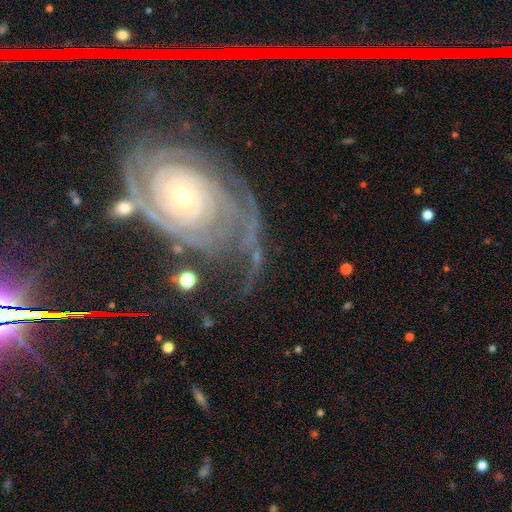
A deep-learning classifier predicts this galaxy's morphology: This appears to be a featured or disk galaxy (86%) with no bar (78%), 2 (30%) tight (79%) spiral arms (97%) and a small central bulge (70%). Merging: none (62%).